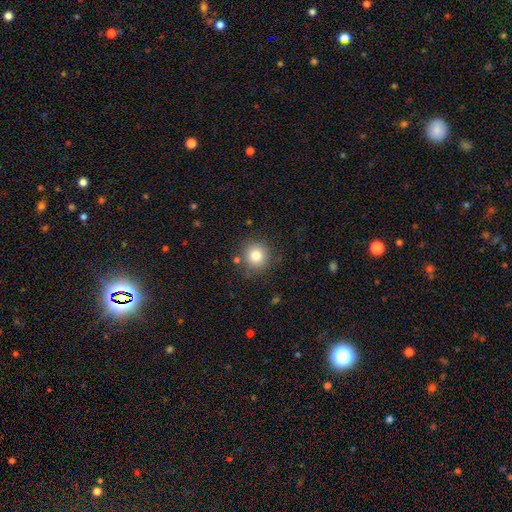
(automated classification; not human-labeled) Smooth or featured?
  - smooth: 81% *
  - star or artifact: 11%
  - featured or disk: 8%
How rounded?
  - round: 91% *
  - in between: 8%
  - cigar-shaped: 1%
Merging?
  - none: 84% *
  - minor disturbance: 10%
  - major disturbance: 3%
  - merger: 3%